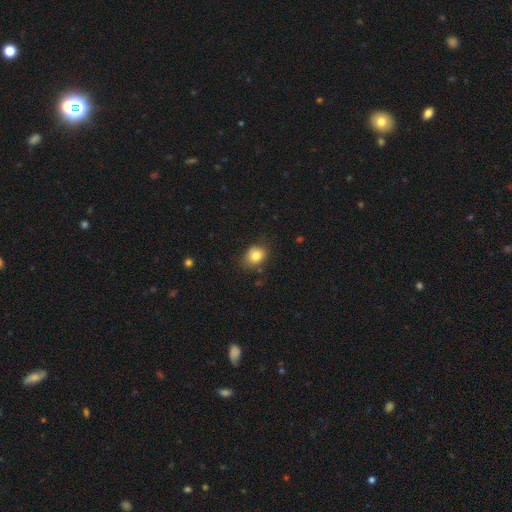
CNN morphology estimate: The model was most divided on "how rounded": round: 51%, in between: 49%, cigar-shaped: 1%. More confident: smooth or featured — smooth (82%); merging — none (74%).